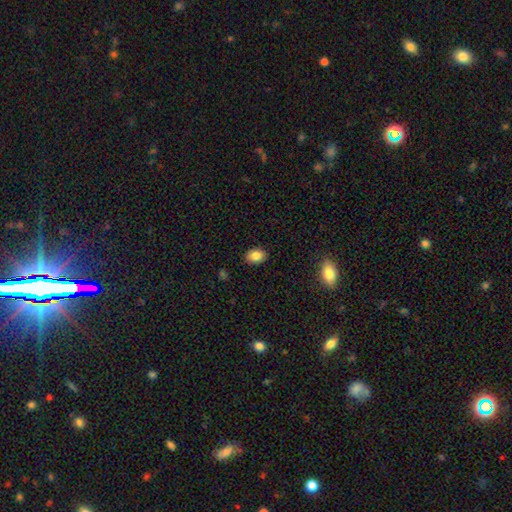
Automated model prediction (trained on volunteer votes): Smooth or featured? smooth (85%)
How rounded? in between (79%)
Merging? none (88%)